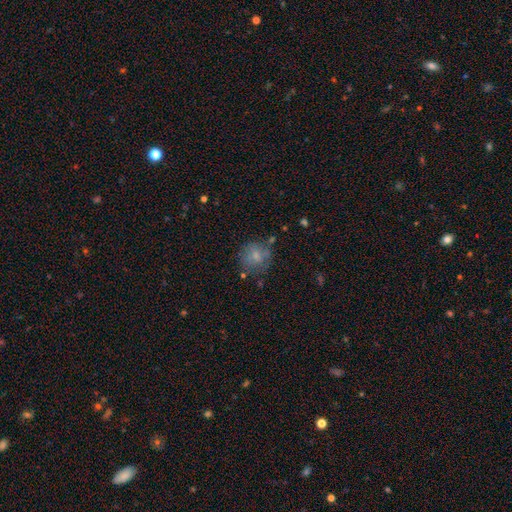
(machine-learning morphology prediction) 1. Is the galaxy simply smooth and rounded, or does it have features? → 69% smooth, 22% featured or disk, 10% star or artifact.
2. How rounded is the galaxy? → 82% round, 17% in between, 1% cigar-shaped.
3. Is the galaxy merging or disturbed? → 60% none, 22% minor disturbance, 12% major disturbance, 6% merger.